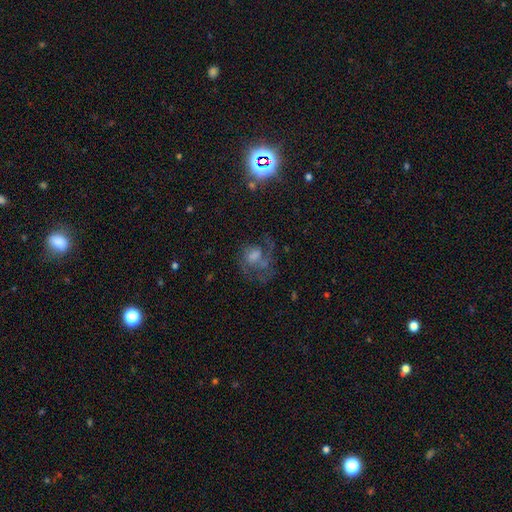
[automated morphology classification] type=featured or disk (53%); edge-on=no (97%); bar=no (71%); spiral arms=yes (70%); bulge=moderate (36%); merging=none (45%).